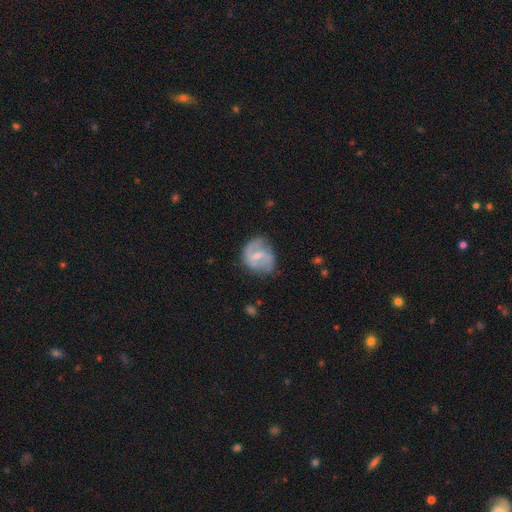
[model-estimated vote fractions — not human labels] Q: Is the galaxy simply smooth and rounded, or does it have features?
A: featured or disk — 61%.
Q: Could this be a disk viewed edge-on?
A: no — 97%.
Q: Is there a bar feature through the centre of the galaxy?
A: weak — 54%.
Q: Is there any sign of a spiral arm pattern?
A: yes — 76%.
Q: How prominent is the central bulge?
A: small — 51%.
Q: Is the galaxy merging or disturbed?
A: none — 54%.